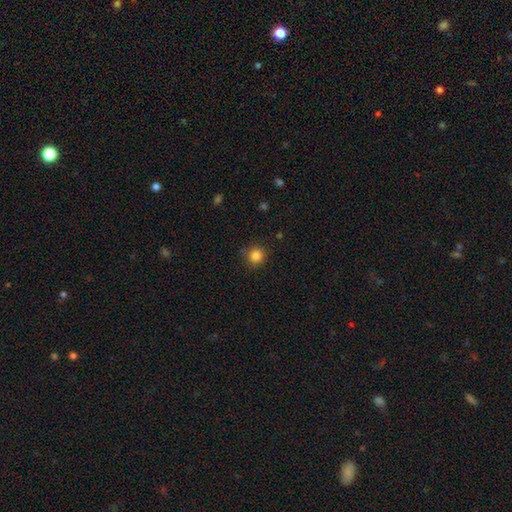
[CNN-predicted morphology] Overall: smooth (84%). How rounded: round (91%). Merging: none (86%).